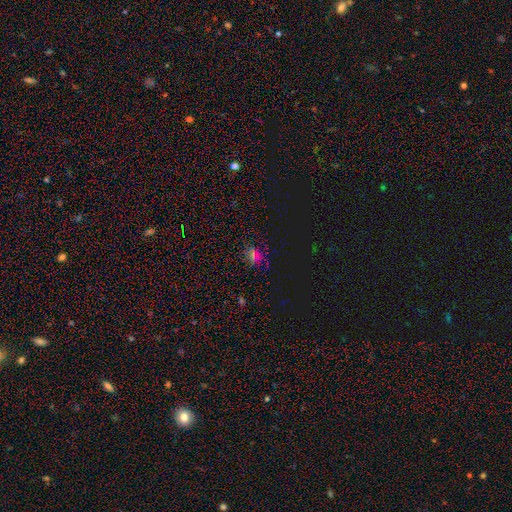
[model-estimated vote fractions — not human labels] Smooth or featured? star or artifact (54%)